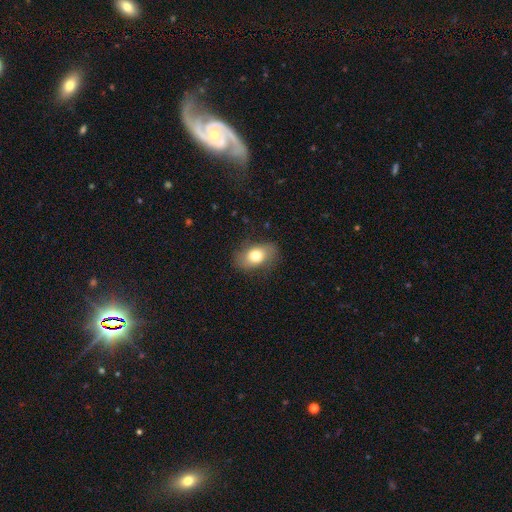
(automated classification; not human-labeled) Smooth or featured? smooth (72%)
How rounded? in between (84%)
Merging? none (78%)